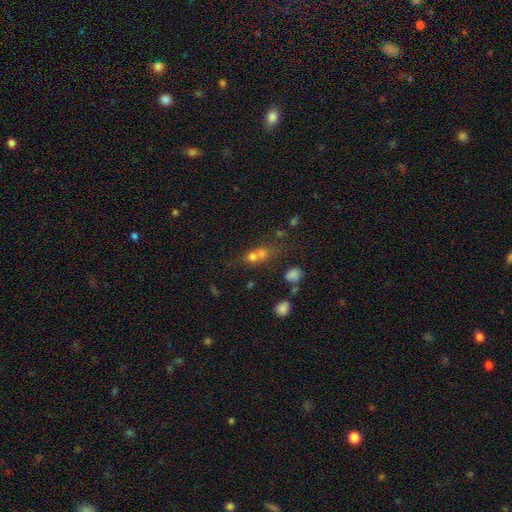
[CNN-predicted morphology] Smooth or featured? Predicted: smooth (p=0.64). How rounded? Predicted: round (p=0.65). Merging? Predicted: merger (p=0.61).